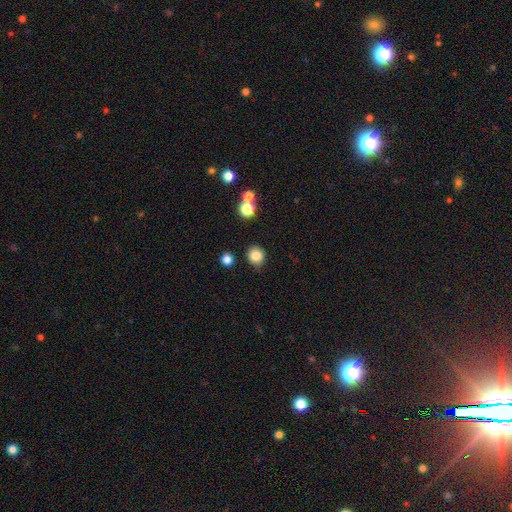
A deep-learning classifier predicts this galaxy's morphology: smooth-or-featured: smooth: 83% | star or artifact: 12% | featured or disk: 6%
  how-rounded: round: 85% | in between: 14% | cigar-shaped: 1%
  merging: none: 85% | minor disturbance: 9% | merger: 3% | major disturbance: 2%